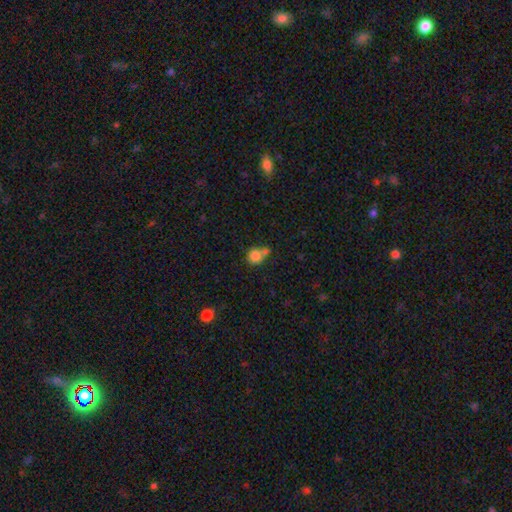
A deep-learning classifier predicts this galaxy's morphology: Smooth or featured: smooth — 81% (star or artifact — 10%)
How rounded: round — 87% (in between — 12%)
Merging: none — 48% (merger — 36%)